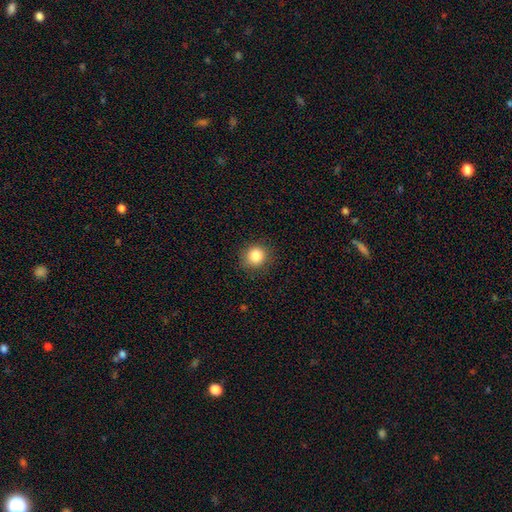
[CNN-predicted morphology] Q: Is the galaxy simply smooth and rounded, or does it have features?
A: smooth — 85%.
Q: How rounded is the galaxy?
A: round — 86%.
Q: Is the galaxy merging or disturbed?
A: none — 89%.